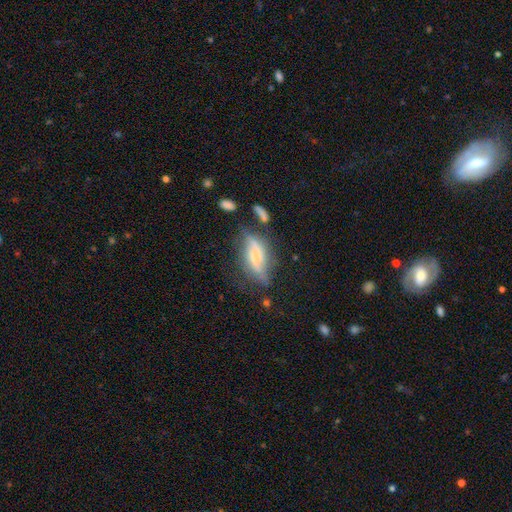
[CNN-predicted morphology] Smooth or featured? Predicted: featured or disk (p=0.56). Edge-on disk? Predicted: no (p=0.64). Merging? Predicted: none (p=0.45).